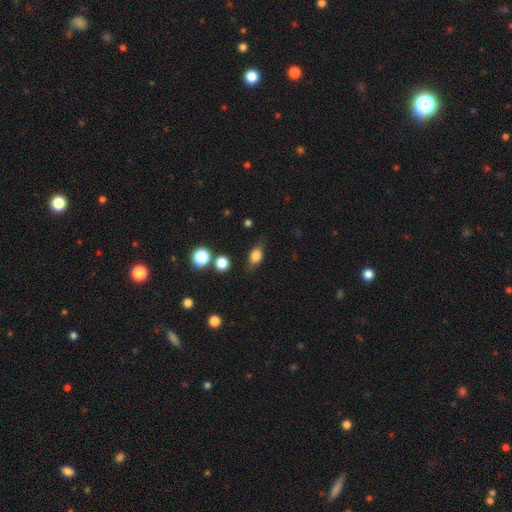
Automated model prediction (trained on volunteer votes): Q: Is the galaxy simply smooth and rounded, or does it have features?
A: smooth — 79%.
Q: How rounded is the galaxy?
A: in between — 72%.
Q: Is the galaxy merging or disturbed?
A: none — 76%.